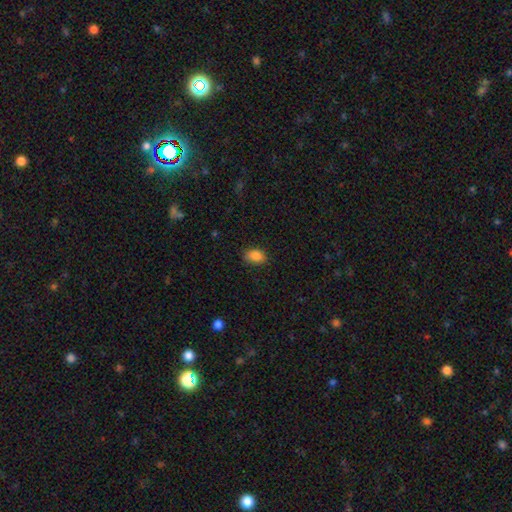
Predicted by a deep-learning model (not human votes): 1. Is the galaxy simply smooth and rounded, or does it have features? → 86% smooth, 9% star or artifact, 5% featured or disk.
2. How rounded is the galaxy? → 83% in between, 16% round, 1% cigar-shaped.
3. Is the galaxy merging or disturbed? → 79% none, 17% minor disturbance, 3% major disturbance, 1% merger.